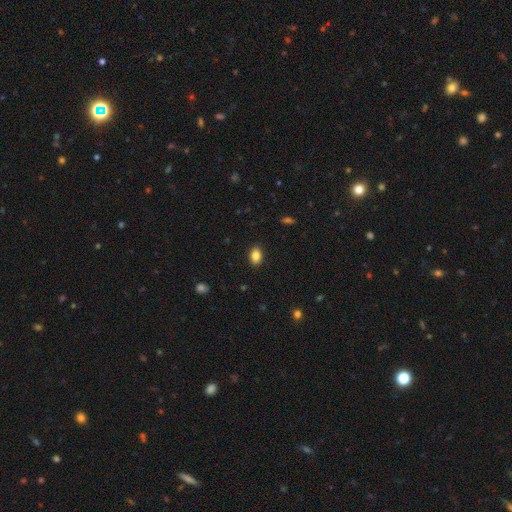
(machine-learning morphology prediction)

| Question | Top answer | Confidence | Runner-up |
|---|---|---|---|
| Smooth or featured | smooth | 85% | star or artifact (9%) |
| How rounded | in between | 81% | round (17%) |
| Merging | none | 89% | minor disturbance (8%) |